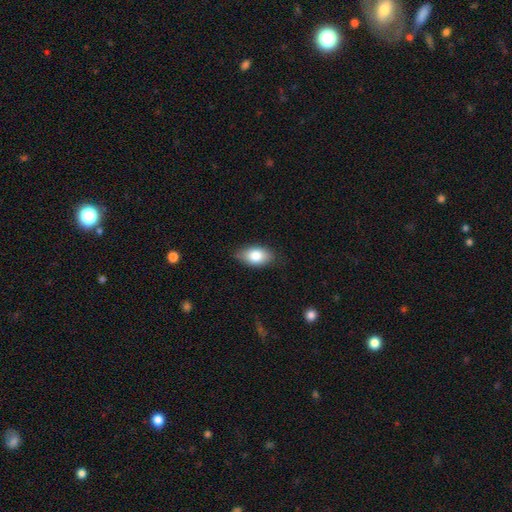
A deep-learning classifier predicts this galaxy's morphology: This is clearly a smooth galaxy (82%). How rounded: clearly in between (91%). Merging: likely none (80%).